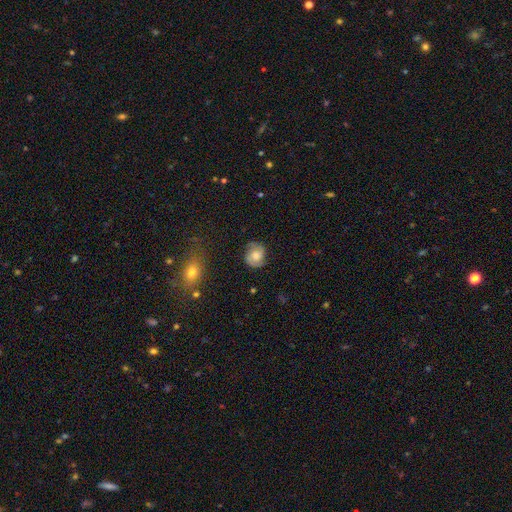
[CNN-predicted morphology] Smooth or featured?
  - featured or disk: 52% *
  - smooth: 40%
  - star or artifact: 9%
Edge-on disk?
  - no: 97% *
  - yes: 3%
Bar?
  - no: 68% *
  - weak: 27%
  - strong: 5%
Spiral arms?
  - yes: 88% *
  - no: 12%
Bulge size?
  - moderate: 42% *
  - large: 24%
  - small: 19%
  - none: 12%
  - dominant: 3%
Merging?
  - none: 74% *
  - minor disturbance: 18%
  - major disturbance: 6%
  - merger: 2%